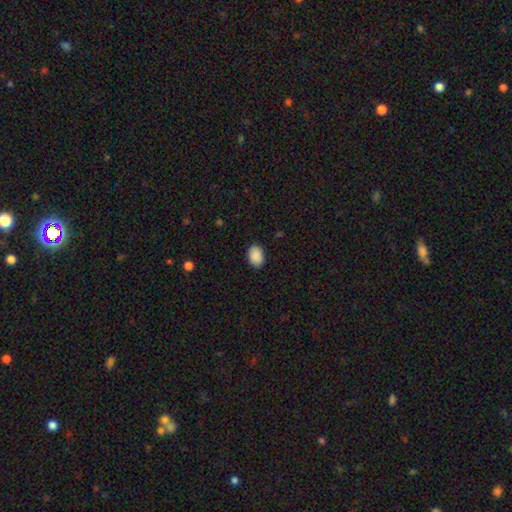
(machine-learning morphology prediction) This is clearly a smooth galaxy (90%). How rounded: clearly in between (82%). Merging: clearly none (88%).